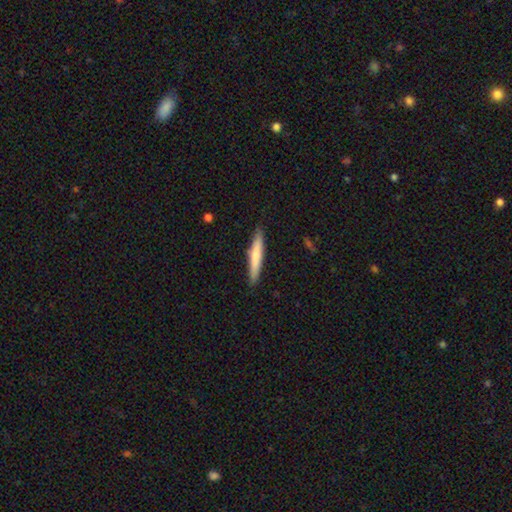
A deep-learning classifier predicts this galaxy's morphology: Smooth or featured? smooth (67%)
How rounded? cigar-shaped (94%)
Merging? none (89%)